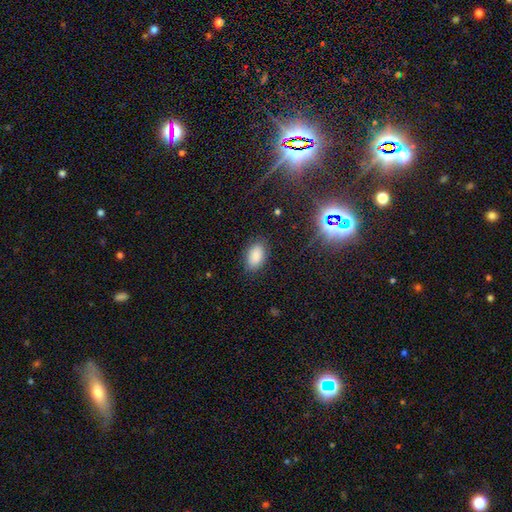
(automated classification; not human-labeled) smooth_or_featured: smooth (p=0.85) [alt: star or artifact p=0.10]
how_rounded: in between (p=0.92) [alt: round p=0.06]
merging: none (p=0.82) [alt: minor disturbance p=0.13]